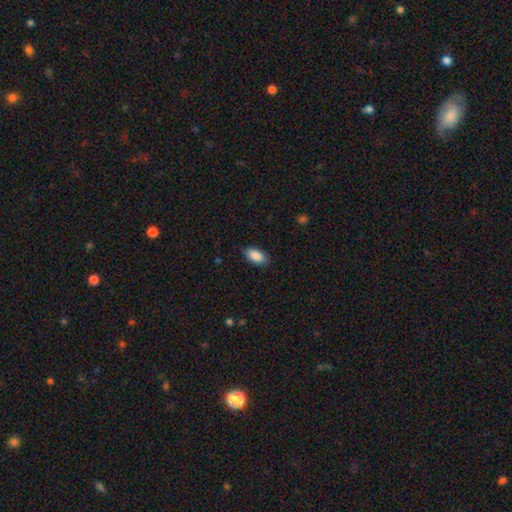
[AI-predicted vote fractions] The model was most divided on "merging": none: 86%, minor disturbance: 11%, major disturbance: 2%, merger: 1%. More confident: how rounded — in between (93%); smooth or featured — smooth (89%).